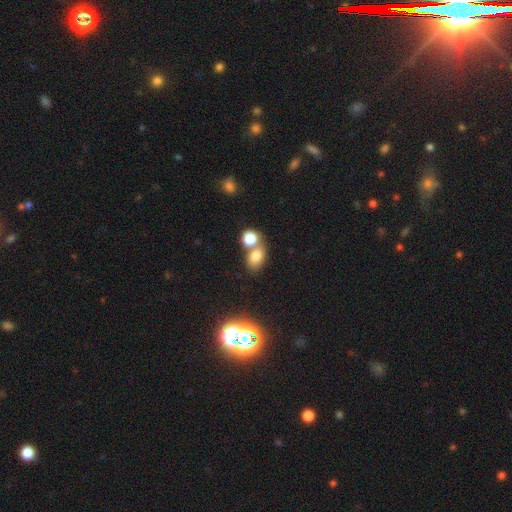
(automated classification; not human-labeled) Q: Smooth or featured?
A: smooth (76%); runner-up: star or artifact (14%)
Q: How rounded?
A: in between (70%); runner-up: round (28%)
Q: Merging?
A: merger (44%); runner-up: none (43%)